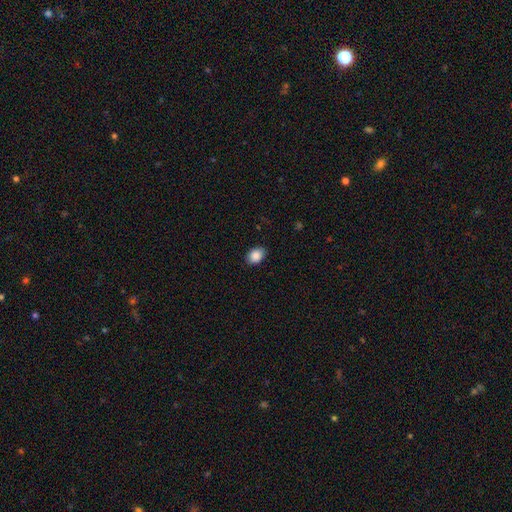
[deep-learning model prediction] Smooth or featured: smooth — 88% (star or artifact — 8%)
How rounded: in between — 71% (round — 28%)
Merging: none — 88% (minor disturbance — 9%)